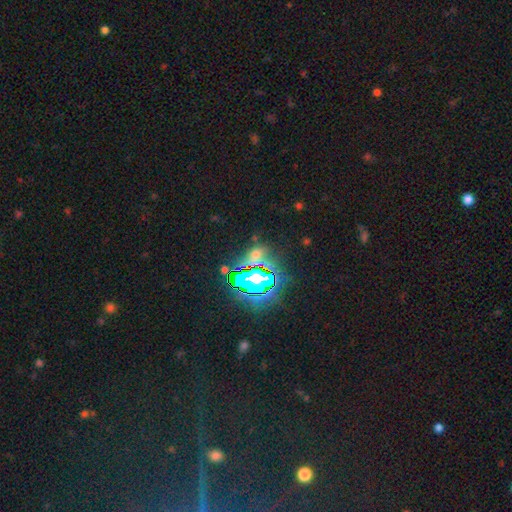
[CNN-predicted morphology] Q: Smooth or featured?
A: star or artifact (65%); runner-up: smooth (23%)